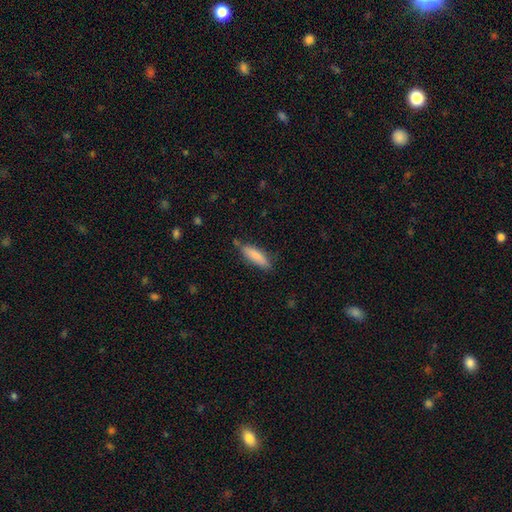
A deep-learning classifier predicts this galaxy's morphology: Smooth or featured: smooth — 85% (featured or disk — 10%)
How rounded: cigar-shaped — 57% (in between — 41%)
Merging: none — 73% (minor disturbance — 20%)